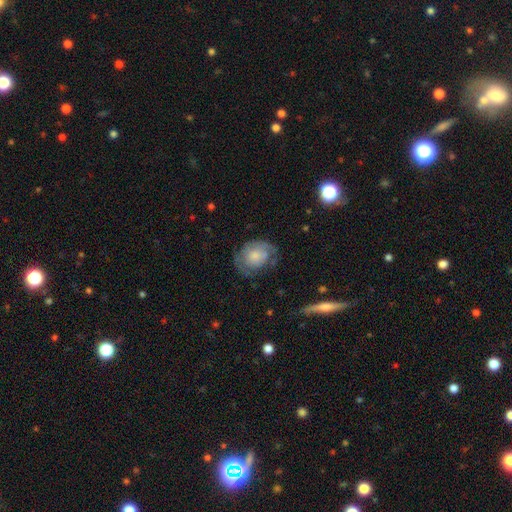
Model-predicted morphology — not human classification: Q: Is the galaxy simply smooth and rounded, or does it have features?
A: smooth — 54%.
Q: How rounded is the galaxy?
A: in between — 52%.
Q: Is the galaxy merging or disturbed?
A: none — 52%.